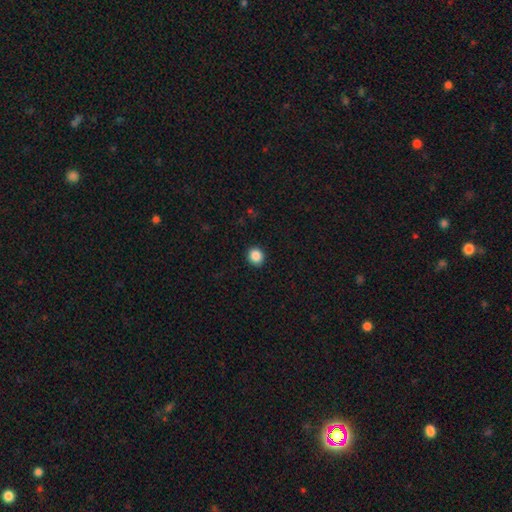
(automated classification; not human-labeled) This appears to be a smooth galaxy with no disk features (87%) that is round (81%). Merging: none (92%).